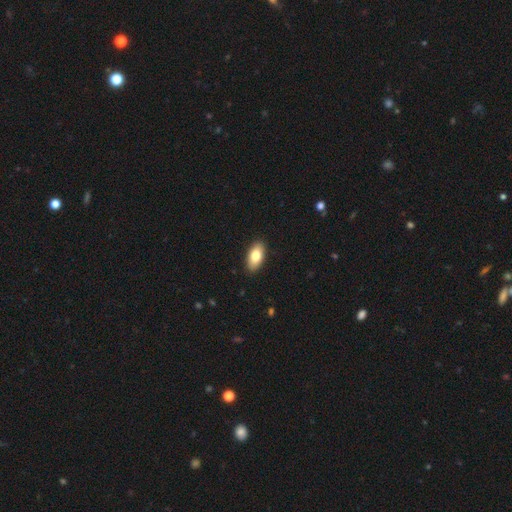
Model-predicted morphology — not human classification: smooth 80%, featured or disk 14%, star or artifact 7%. Down the decision tree: how rounded — in between (91%); merging — none (89%).